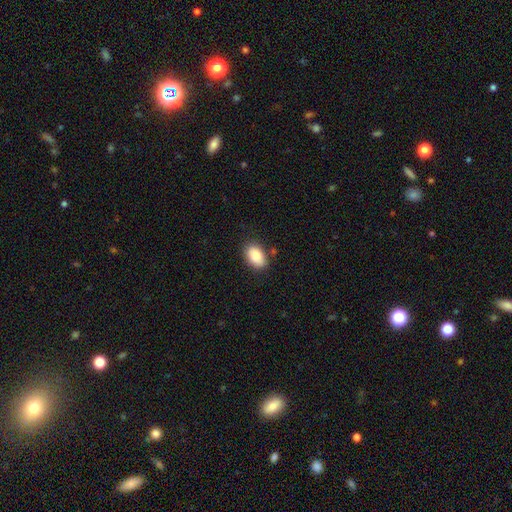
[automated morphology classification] Smooth or featured? Predicted: smooth (p=0.87). How rounded? Predicted: in between (p=0.90). Merging? Predicted: none (p=0.79).